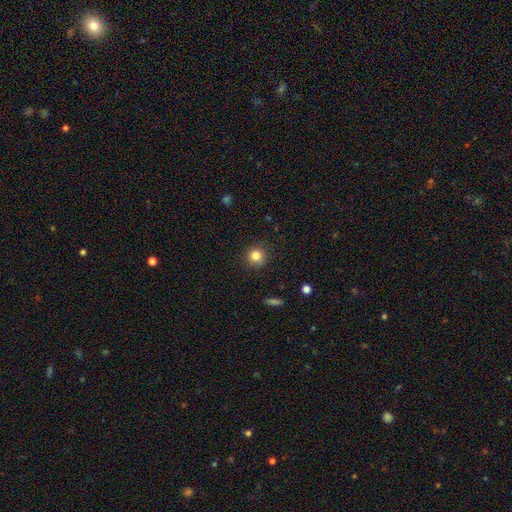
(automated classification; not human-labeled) Q: Smooth or featured?
A: smooth (83%); runner-up: star or artifact (11%)
Q: How rounded?
A: round (92%); runner-up: in between (7%)
Q: Merging?
A: none (89%); runner-up: minor disturbance (7%)